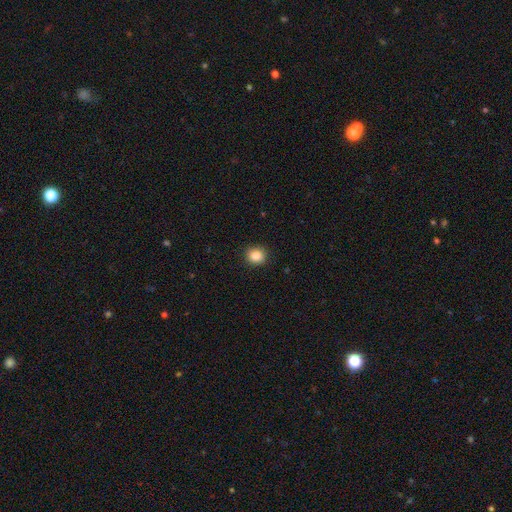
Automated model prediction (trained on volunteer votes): Overall: smooth (86%). How rounded: round (84%). Merging: none (90%).